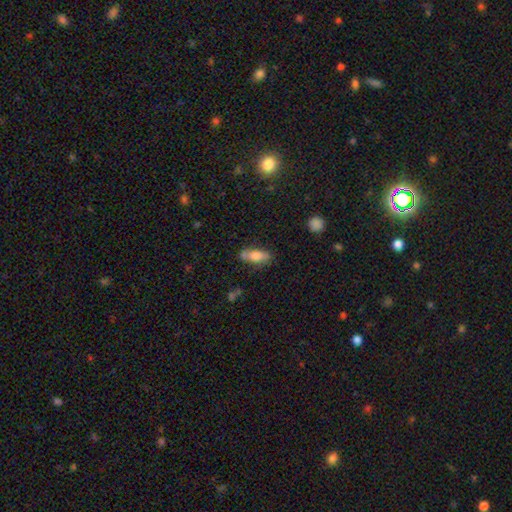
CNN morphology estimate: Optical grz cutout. It shows a smooth galaxy with no disk features (73%) that is in between round and cigar-shaped (65%). Merging: none (68%).